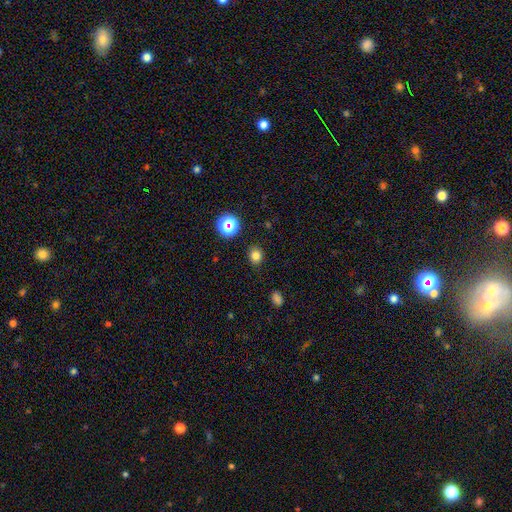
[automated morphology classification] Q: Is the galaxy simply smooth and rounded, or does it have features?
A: smooth — 79%.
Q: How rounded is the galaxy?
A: round — 67%.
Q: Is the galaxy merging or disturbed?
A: none — 86%.